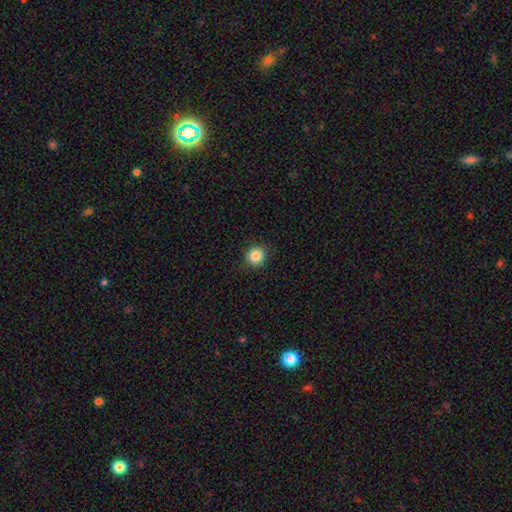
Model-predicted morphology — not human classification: The model was most divided on "smooth or featured": smooth: 86%, star or artifact: 10%, featured or disk: 4%. More confident: merging — none (90%); how rounded — round (90%).